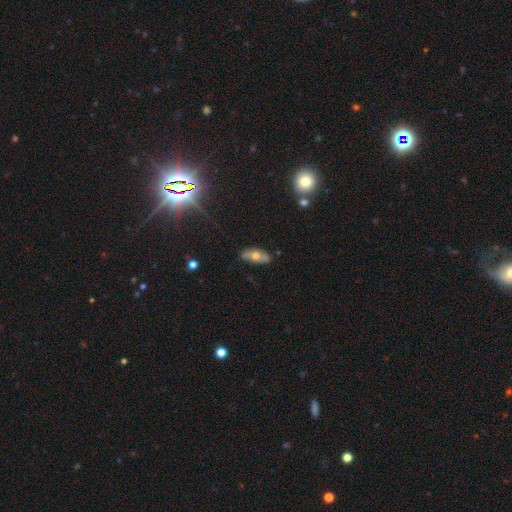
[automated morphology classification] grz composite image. It shows a smooth galaxy with no disk features (49%). Merging: none (80%).